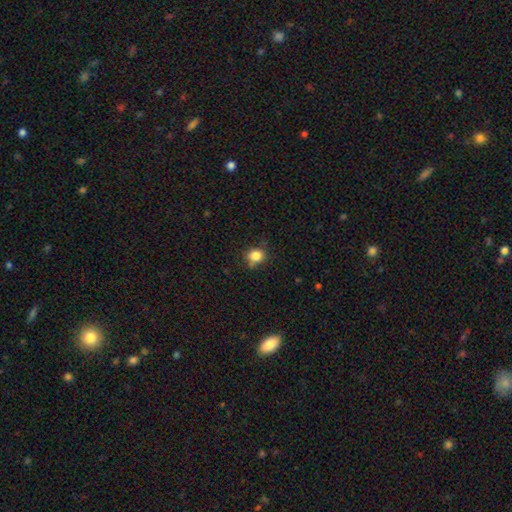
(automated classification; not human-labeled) smooth 83%, star or artifact 11%, featured or disk 5%. Down the decision tree: how rounded — round (75%); merging — none (73%).